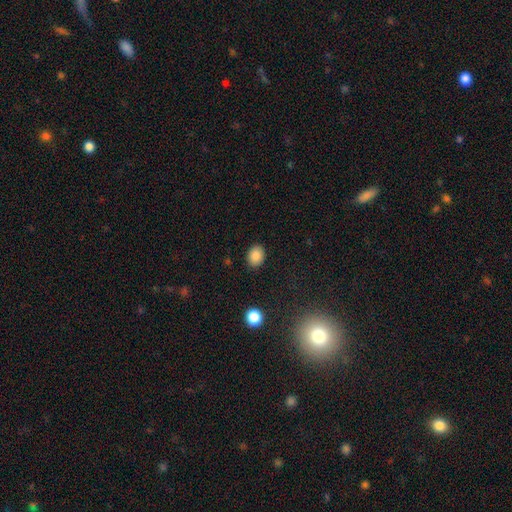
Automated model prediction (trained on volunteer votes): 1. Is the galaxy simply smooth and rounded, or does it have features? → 86% smooth, 9% star or artifact, 4% featured or disk.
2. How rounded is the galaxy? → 64% in between, 35% round, 1% cigar-shaped.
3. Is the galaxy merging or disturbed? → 88% none, 8% minor disturbance, 2% major disturbance, 1% merger.